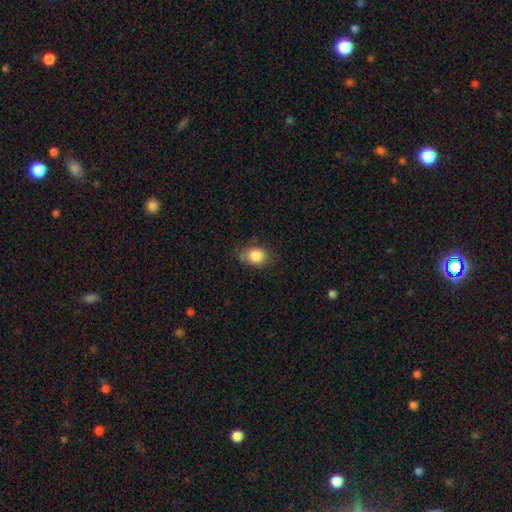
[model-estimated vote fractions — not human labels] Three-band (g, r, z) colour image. It shows a smooth galaxy with no disk features (85%) that is round (61%). Merging: none (67%).